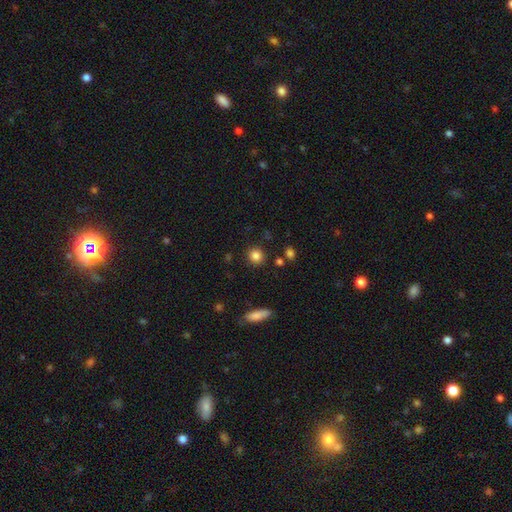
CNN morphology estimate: This is clearly a smooth galaxy (84%). How rounded: clearly round (90%). Merging: clearly none (88%).